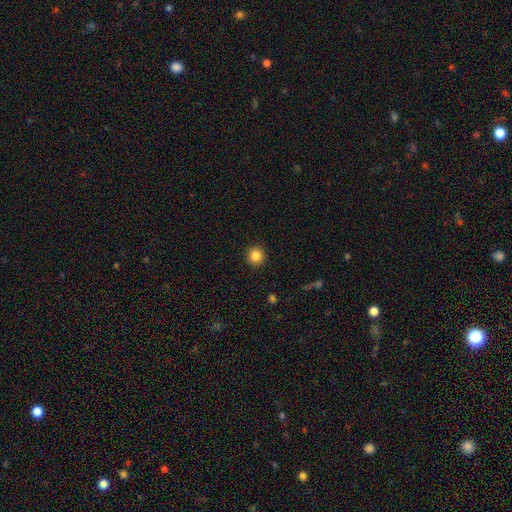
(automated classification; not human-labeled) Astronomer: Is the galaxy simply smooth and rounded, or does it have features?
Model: smooth — 84%.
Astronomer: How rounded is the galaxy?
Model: round — 94%.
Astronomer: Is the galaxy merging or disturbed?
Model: none — 92%.